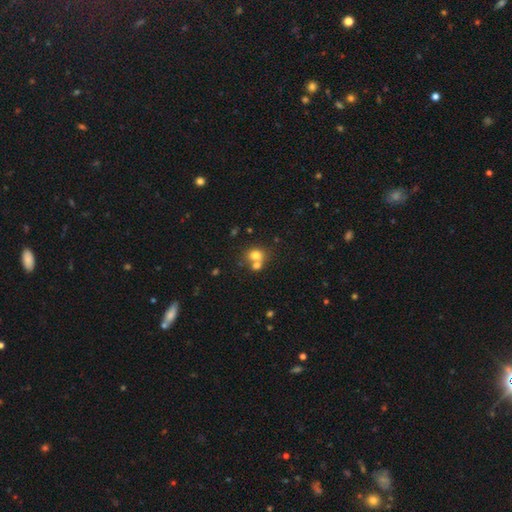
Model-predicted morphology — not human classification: smooth_or_featured: smooth (p=0.74) [alt: featured or disk p=0.13]
how_rounded: round (p=0.71) [alt: in between p=0.28]
merging: merger (p=0.49) [alt: none p=0.40]